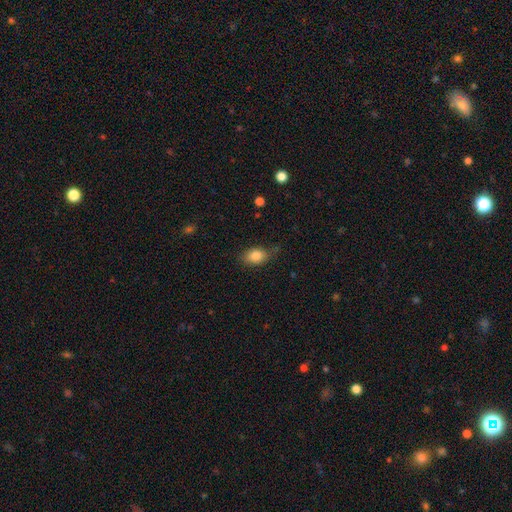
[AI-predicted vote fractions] A smooth galaxy with no disk features (84%) that is in between round and cigar-shaped (81%). Merging: none (74%).